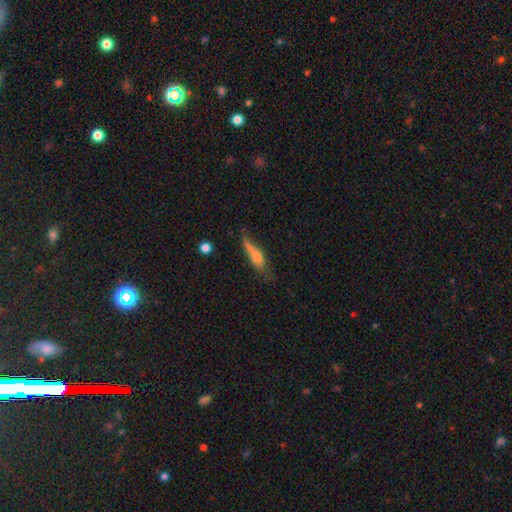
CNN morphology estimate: This appears to be a smooth galaxy with no disk features (66%) that is cigar-shaped (49%). Merging: none (33%).